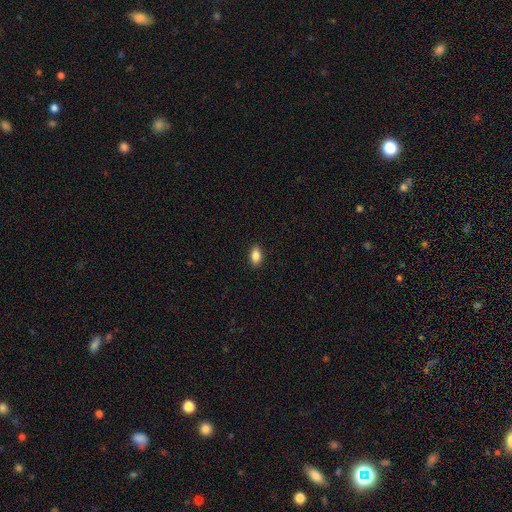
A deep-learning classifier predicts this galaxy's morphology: Smooth or featured? smooth (86%)
How rounded? in between (89%)
Merging? none (90%)